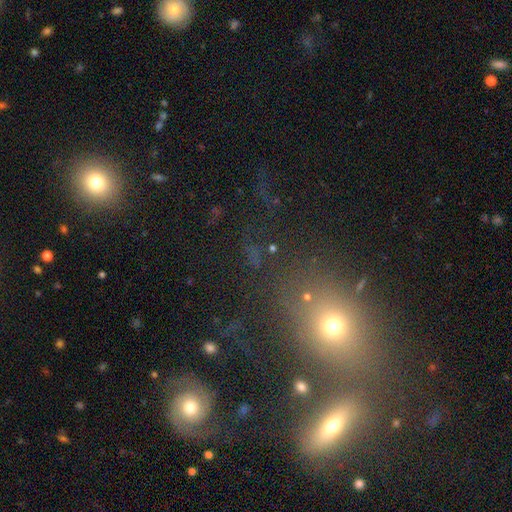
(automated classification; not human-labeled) smooth 41%, star or artifact 36%, featured or disk 23%. Down the decision tree: merging — none (68%).